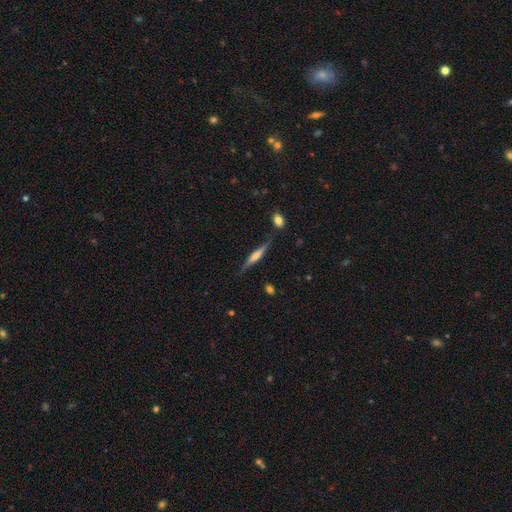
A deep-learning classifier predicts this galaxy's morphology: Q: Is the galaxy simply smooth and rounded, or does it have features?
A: featured or disk — 57%.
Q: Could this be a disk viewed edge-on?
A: yes — 95%.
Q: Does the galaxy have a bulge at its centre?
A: rounded — 52%.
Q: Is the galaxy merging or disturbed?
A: none — 78%.